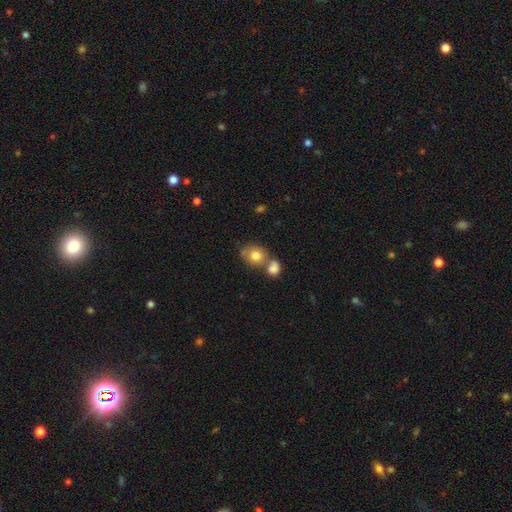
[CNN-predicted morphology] type=smooth (80%); roundness=round (66%); merging=merger (43%).